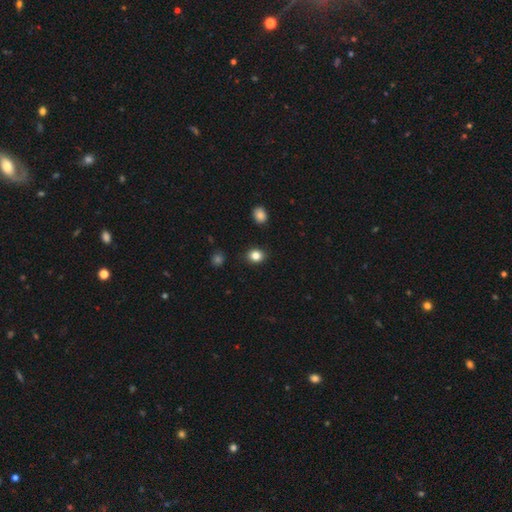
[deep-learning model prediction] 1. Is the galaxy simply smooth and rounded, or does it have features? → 84% smooth, 11% star or artifact, 5% featured or disk.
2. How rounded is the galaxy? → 63% round, 36% in between, 1% cigar-shaped.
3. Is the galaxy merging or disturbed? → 89% none, 8% minor disturbance, 2% major disturbance, 2% merger.